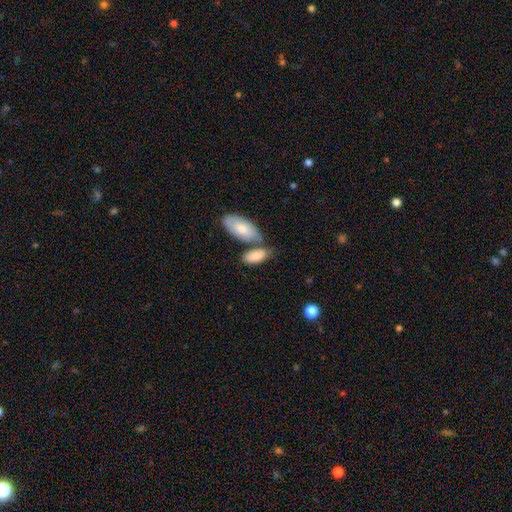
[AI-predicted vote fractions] Q: Smooth or featured?
A: smooth (81%); runner-up: featured or disk (13%)
Q: How rounded?
A: in between (88%); runner-up: cigar-shaped (9%)
Q: Merging?
A: none (45%); runner-up: merger (35%)